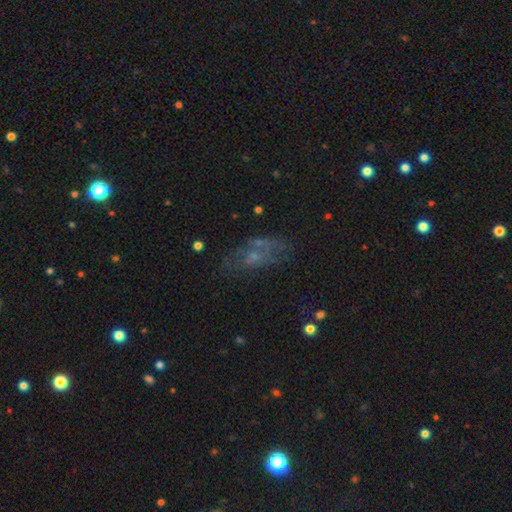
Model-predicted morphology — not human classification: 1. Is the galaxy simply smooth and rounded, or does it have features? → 40% smooth, 36% featured or disk, 24% star or artifact.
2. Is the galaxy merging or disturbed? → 48% none, 22% major disturbance, 21% minor disturbance, 9% merger.